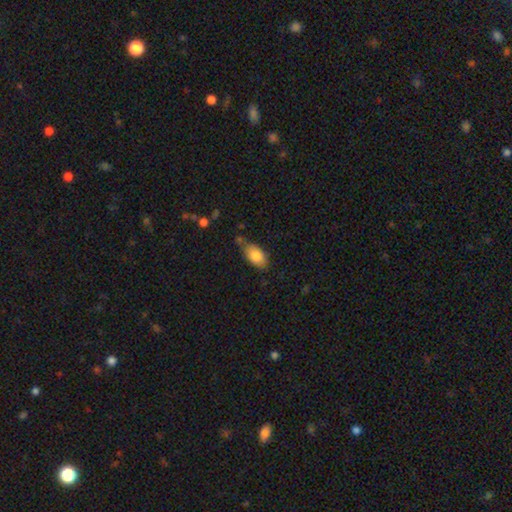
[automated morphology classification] This appears to be a smooth galaxy with no disk features (83%) that is in between round and cigar-shaped (91%). Merging: none (64%).